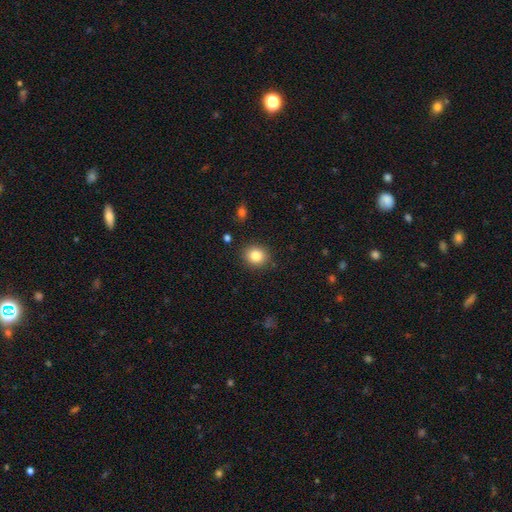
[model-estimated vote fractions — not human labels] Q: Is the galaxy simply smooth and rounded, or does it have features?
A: smooth — 84%.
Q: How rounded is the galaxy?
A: round — 80%.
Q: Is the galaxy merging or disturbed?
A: none — 89%.